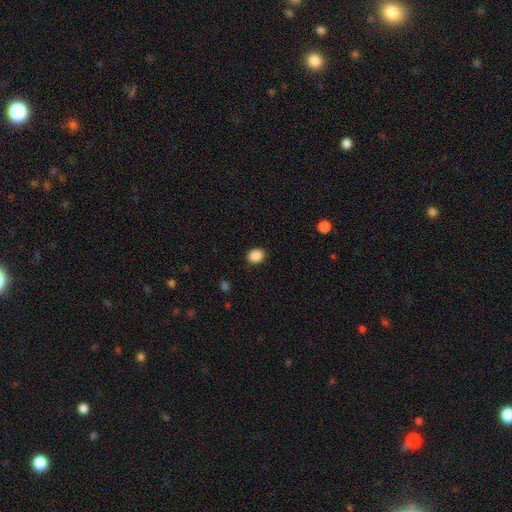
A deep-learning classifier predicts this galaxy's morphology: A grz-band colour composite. It shows a smooth galaxy with no disk features (88%) that is round (53%). Merging: none (89%).